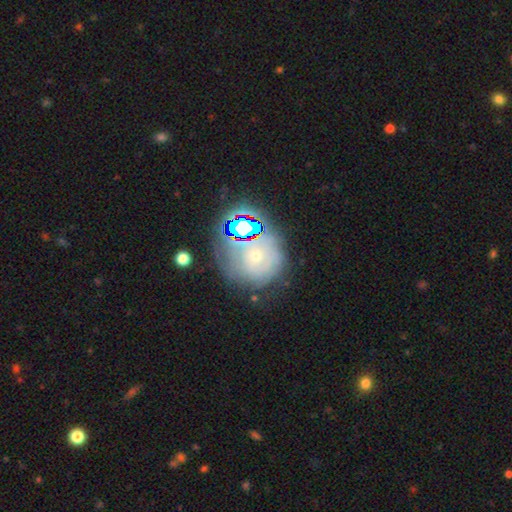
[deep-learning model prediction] smooth-or-featured: featured or disk: 42% | smooth: 32% | star or artifact: 25%
  merging: none: 57% | minor disturbance: 20% | major disturbance: 12% | merger: 10%